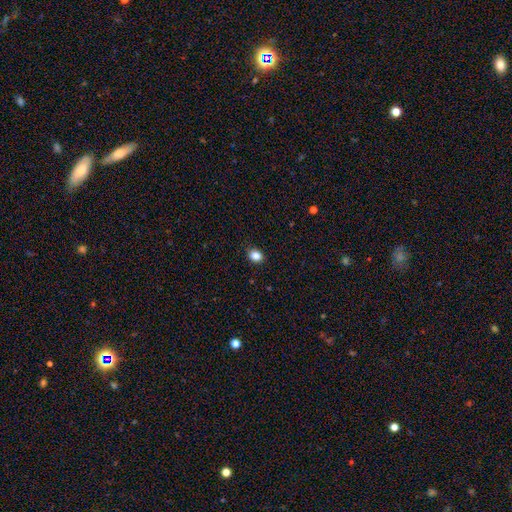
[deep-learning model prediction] Q: Smooth or featured?
A: smooth (85%); runner-up: star or artifact (11%)
Q: How rounded?
A: in between (51%); runner-up: round (48%)
Q: Merging?
A: none (89%); runner-up: minor disturbance (8%)